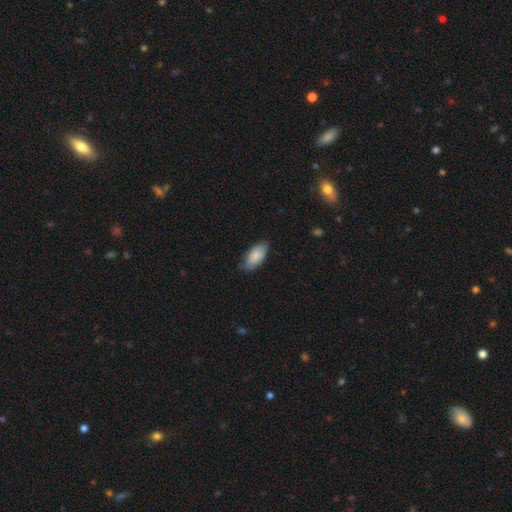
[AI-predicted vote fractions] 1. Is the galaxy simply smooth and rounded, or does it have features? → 82% smooth, 13% featured or disk, 6% star or artifact.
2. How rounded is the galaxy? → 93% in between, 5% cigar-shaped, 2% round.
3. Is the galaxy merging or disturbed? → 68% none, 27% minor disturbance, 4% major disturbance, 1% merger.